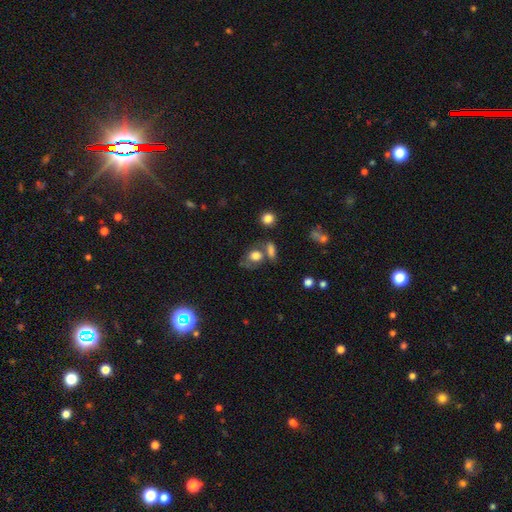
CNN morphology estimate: smooth_or_featured: smooth (p=0.73) [alt: featured or disk p=0.15]
how_rounded: in between (p=0.49) [alt: round p=0.48]
merging: none (p=0.42) [alt: merger p=0.28]